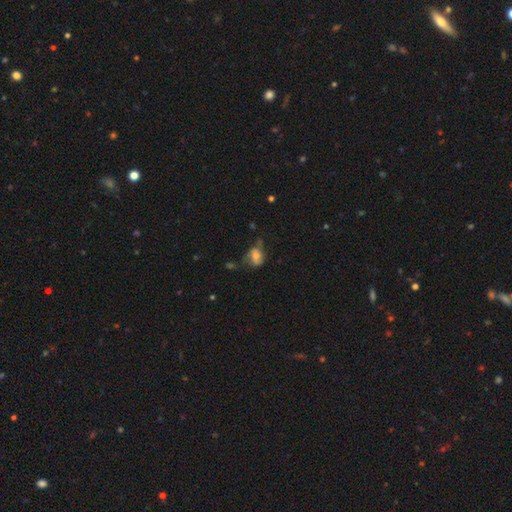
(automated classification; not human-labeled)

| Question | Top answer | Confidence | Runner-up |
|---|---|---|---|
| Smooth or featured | smooth | 47% | featured or disk (43%) |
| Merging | none | 37% | minor disturbance (30%) |